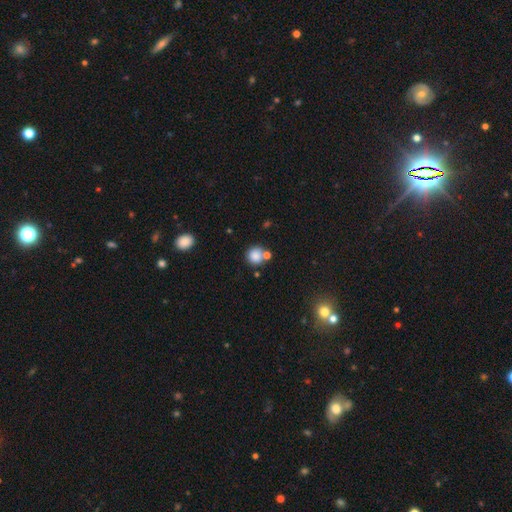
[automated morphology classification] smooth_or_featured: smooth (p=0.84) [alt: star or artifact p=0.10]
how_rounded: round (p=0.90) [alt: in between p=0.09]
merging: none (p=0.64) [alt: merger p=0.22]